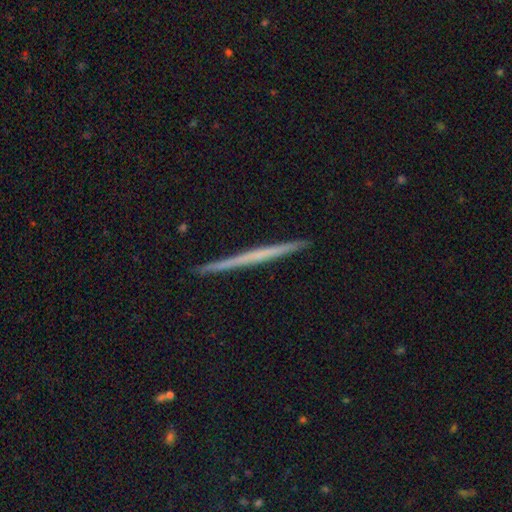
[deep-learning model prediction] Overall: featured or disk (59%; smooth 35%). Edge-on disk: yes (98%). Edge-on bulge: none (88%). Merging: none (93%).